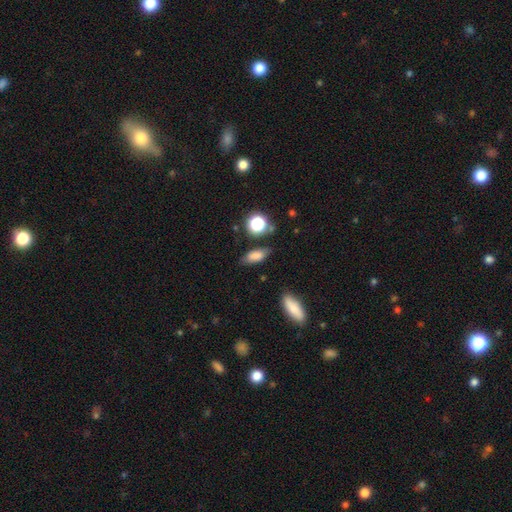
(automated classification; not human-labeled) Morphology: type=smooth (78%); roundness=in between (75%); merging=none (74%).